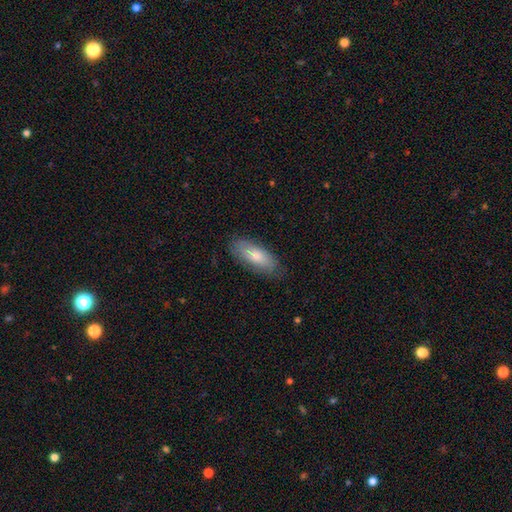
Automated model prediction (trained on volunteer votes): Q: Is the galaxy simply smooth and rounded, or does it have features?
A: smooth — 75%.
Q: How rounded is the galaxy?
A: in between — 74%.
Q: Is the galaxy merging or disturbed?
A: none — 80%.